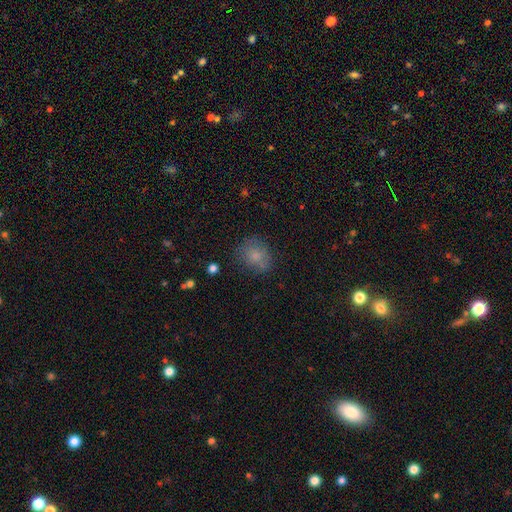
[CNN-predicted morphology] Smooth or featured? smooth (75%)
How rounded? round (63%)
Merging? none (69%)